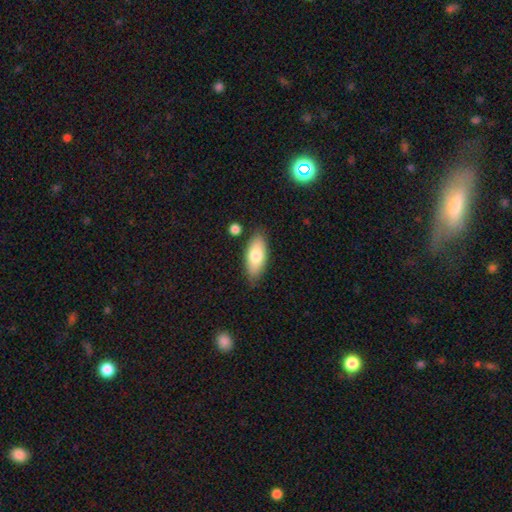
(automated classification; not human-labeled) Q: Smooth or featured?
A: smooth (76%); runner-up: featured or disk (17%)
Q: How rounded?
A: in between (84%); runner-up: cigar-shaped (14%)
Q: Merging?
A: none (81%); runner-up: minor disturbance (13%)